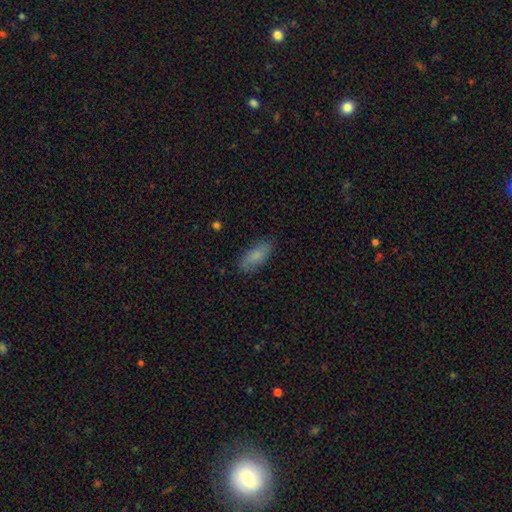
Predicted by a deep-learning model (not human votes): Morphology: type=smooth (75%); roundness=in between (81%); merging=none (81%).